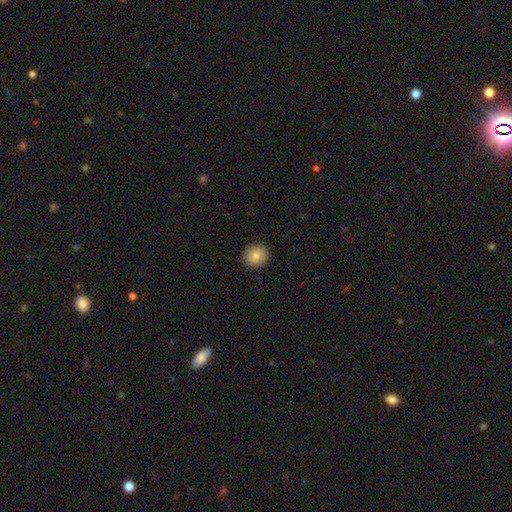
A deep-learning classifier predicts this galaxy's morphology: A smooth galaxy with no disk features (84%) that is round (85%). Merging: none (91%).